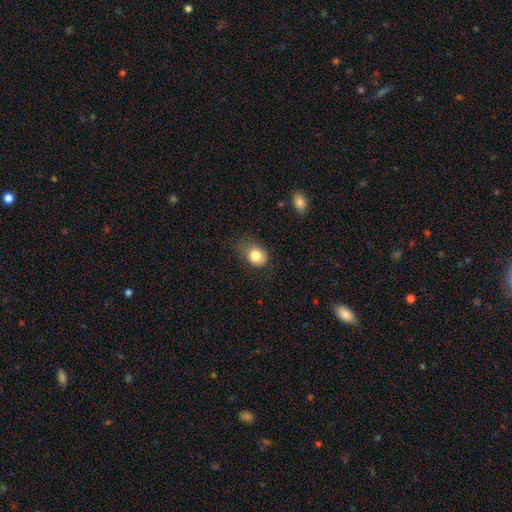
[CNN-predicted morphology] type=smooth (82%); roundness=round (60%); merging=none (57%).